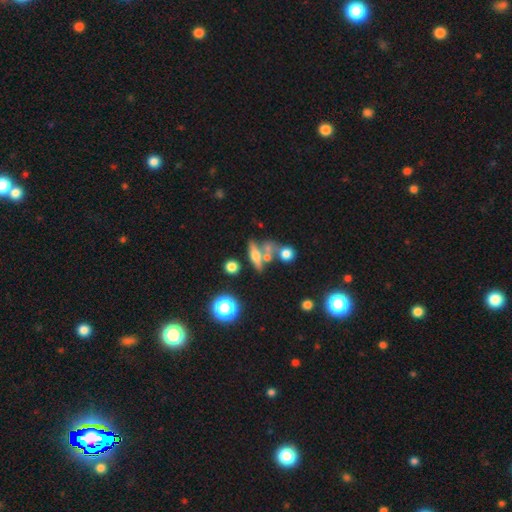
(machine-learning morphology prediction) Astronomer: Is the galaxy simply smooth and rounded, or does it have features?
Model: featured or disk — 49% (runner-up: smooth, 38%).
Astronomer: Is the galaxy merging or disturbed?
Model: none — 54%.